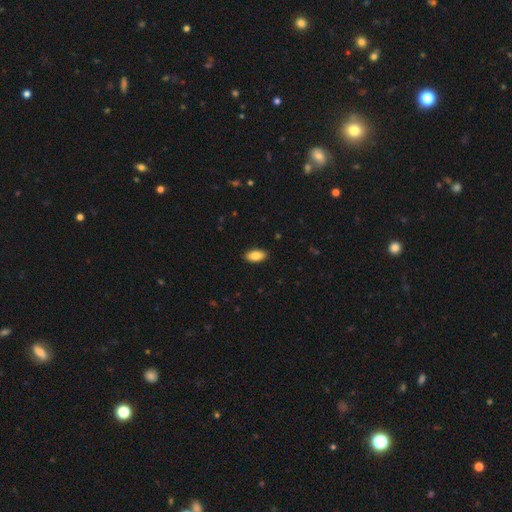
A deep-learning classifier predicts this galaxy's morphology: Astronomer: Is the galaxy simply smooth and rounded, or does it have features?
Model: smooth — 85%.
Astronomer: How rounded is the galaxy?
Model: in between — 93%.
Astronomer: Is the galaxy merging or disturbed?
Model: none — 90%.